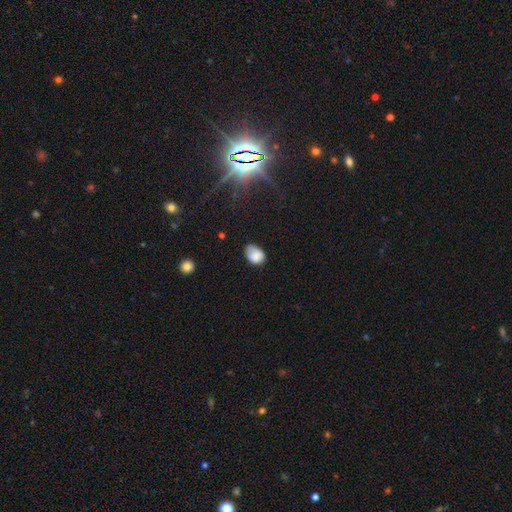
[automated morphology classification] This is clearly a smooth galaxy (84%). How rounded: likely in between (77%). Merging: possibly none (57%).